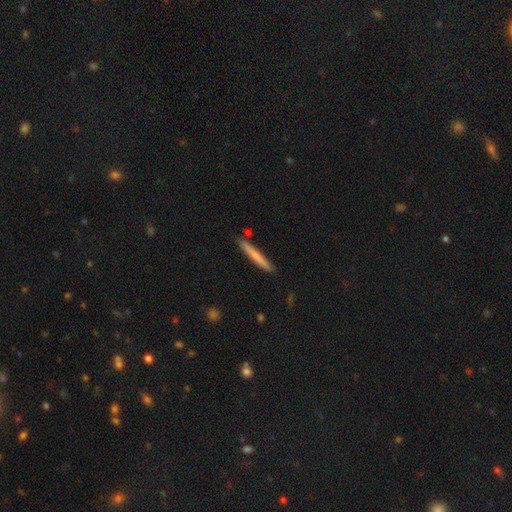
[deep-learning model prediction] A smooth galaxy with no disk features (69%) that is cigar-shaped (97%).

Vote fractions:
- Smooth or featured? smooth: 69% / featured or disk: 26% / star or artifact: 5%
- How rounded? cigar-shaped: 97% / in between: 2% / round: 1%
- Merging? none: 87% / minor disturbance: 8% / merger: 3% / major disturbance: 2%